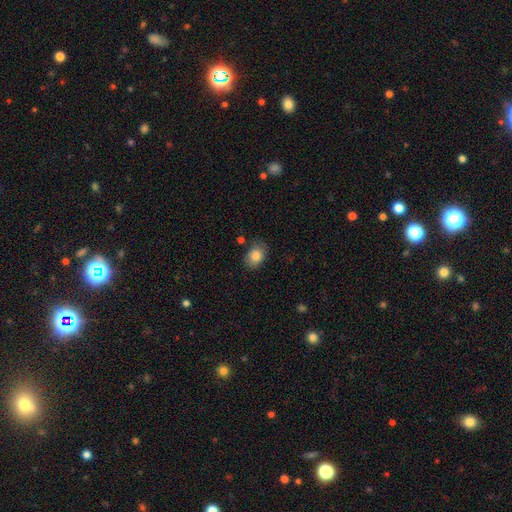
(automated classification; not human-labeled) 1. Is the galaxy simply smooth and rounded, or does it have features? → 84% smooth, 8% featured or disk, 8% star or artifact.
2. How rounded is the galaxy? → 74% in between, 25% round, 1% cigar-shaped.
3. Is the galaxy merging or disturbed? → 75% none, 18% minor disturbance, 4% major disturbance, 3% merger.